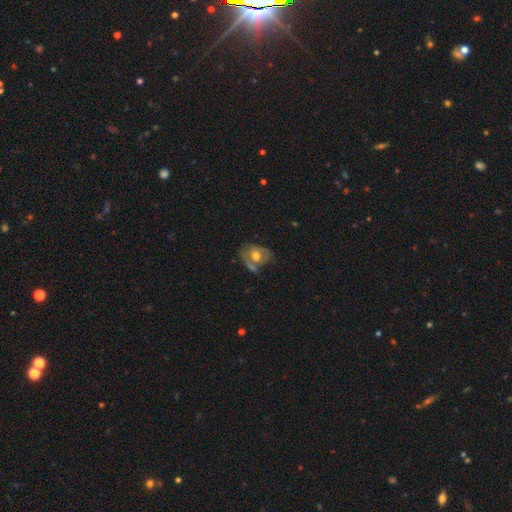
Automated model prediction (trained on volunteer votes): Smooth or featured? Predicted: featured or disk (p=0.50). Merging? Predicted: none (p=0.44).